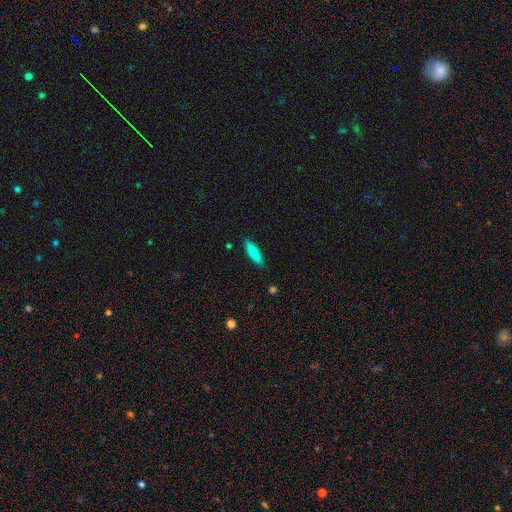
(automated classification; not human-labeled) smooth_or_featured: smooth (p=0.86) [alt: featured or disk p=0.08]
how_rounded: cigar-shaped (p=0.73) [alt: in between p=0.26]
merging: none (p=0.88) [alt: minor disturbance p=0.09]